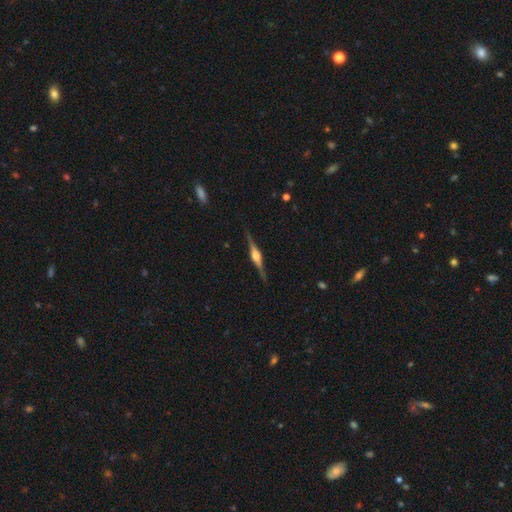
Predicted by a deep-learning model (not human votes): Morphology: type=featured or disk (85%); edge-on=yes (98%); edge-on bulge=rounded (86%); merging=none (90%).